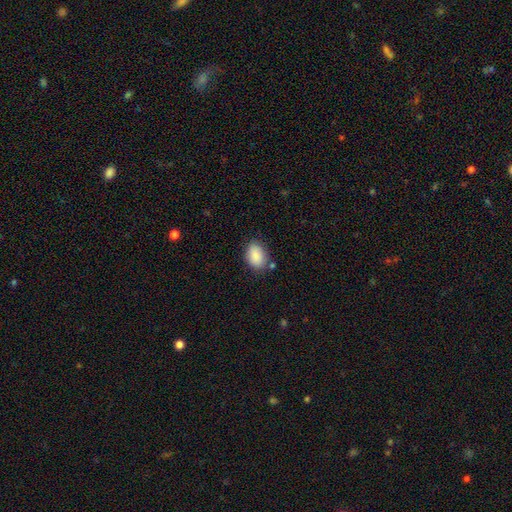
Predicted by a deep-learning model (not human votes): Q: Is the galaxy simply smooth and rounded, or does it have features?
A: smooth — 88%.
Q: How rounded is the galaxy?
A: in between — 84%.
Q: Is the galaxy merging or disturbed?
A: none — 76%.